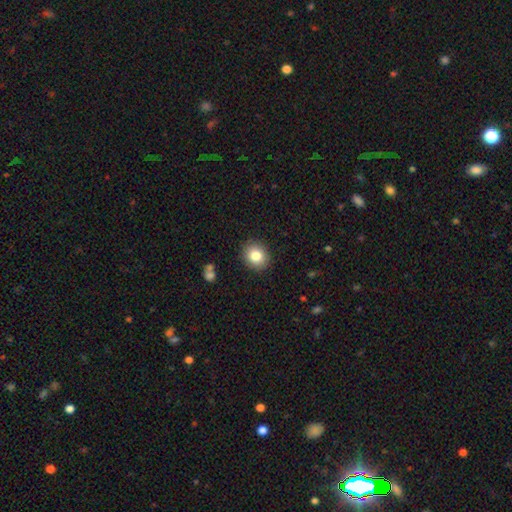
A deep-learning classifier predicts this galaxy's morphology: Smooth or featured?
  - smooth: 82% *
  - star or artifact: 10%
  - featured or disk: 9%
How rounded?
  - round: 71% *
  - in between: 28%
  - cigar-shaped: 1%
Merging?
  - none: 89% *
  - minor disturbance: 8%
  - major disturbance: 2%
  - merger: 1%